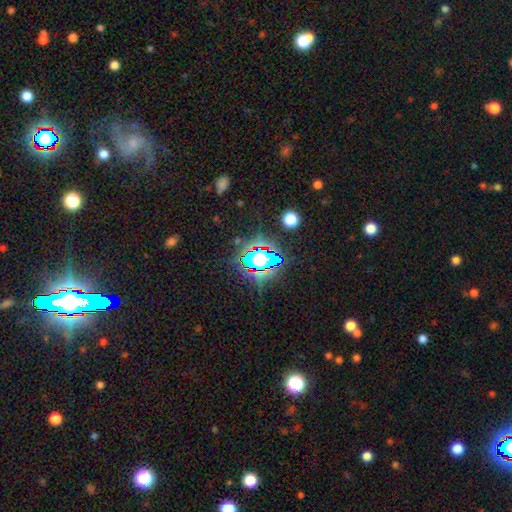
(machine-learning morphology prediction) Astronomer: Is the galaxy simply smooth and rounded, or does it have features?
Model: star or artifact — 74%.